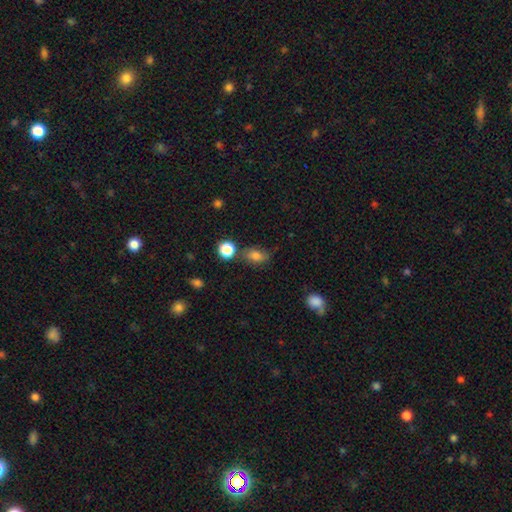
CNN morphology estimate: Q: Smooth or featured?
A: smooth (77%); runner-up: star or artifact (13%)
Q: How rounded?
A: in between (76%); runner-up: round (22%)
Q: Merging?
A: none (66%); runner-up: minor disturbance (21%)